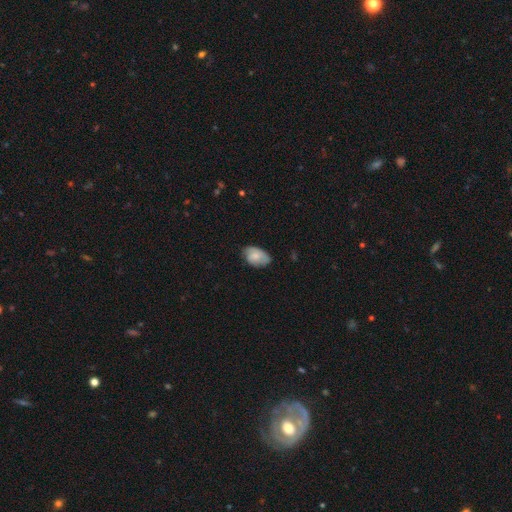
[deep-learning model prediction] This is likely a smooth galaxy (69%). How rounded: clearly in between (89%). Merging: likely none (60%).